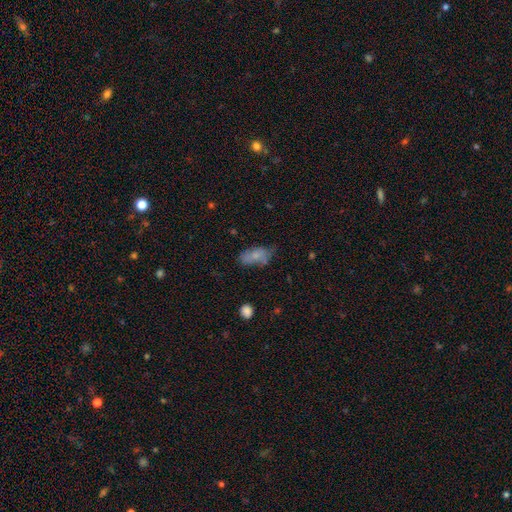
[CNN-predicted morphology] Q: Smooth or featured?
A: smooth (73%); runner-up: featured or disk (19%)
Q: How rounded?
A: in between (89%); runner-up: cigar-shaped (7%)
Q: Merging?
A: none (55%); runner-up: minor disturbance (29%)